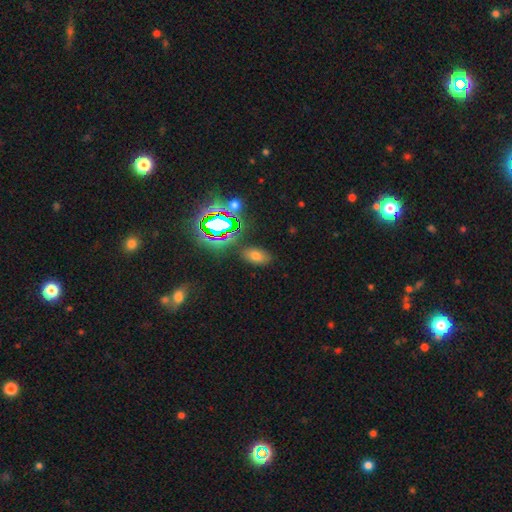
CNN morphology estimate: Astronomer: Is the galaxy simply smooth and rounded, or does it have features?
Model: smooth — 62%.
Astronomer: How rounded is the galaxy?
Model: in between — 90%.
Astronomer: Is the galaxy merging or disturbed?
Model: none — 84%.